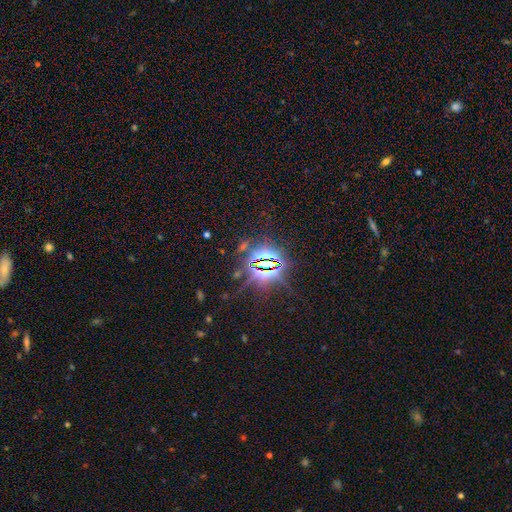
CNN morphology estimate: The model was most divided on "smooth or featured": star or artifact: 86%, smooth: 8%, featured or disk: 6%.